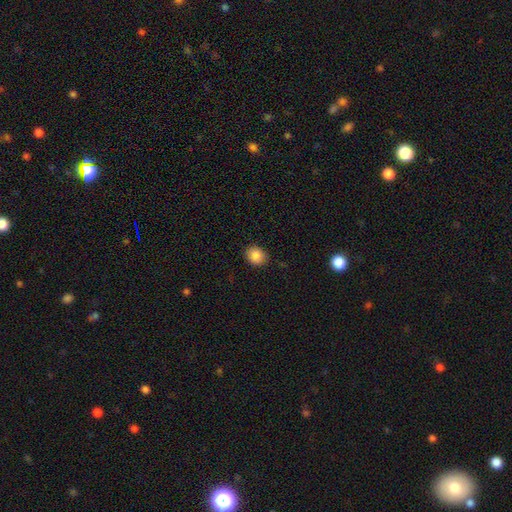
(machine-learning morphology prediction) Smooth or featured? Predicted: smooth (p=0.87). How rounded? Predicted: round (p=0.65). Merging? Predicted: none (p=0.85).